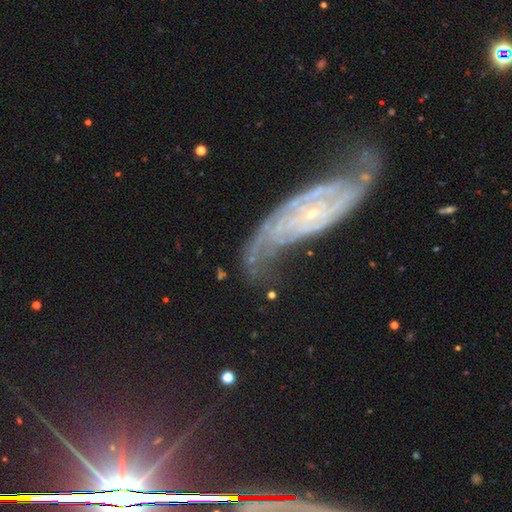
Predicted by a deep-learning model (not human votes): Morphology: type=featured or disk (82%); edge-on=no (89%); bar=no (61%); spiral arms=yes (95%); winding=tight (44%); arm count=2 (56%); bulge=small (86%); merging=none (61%).